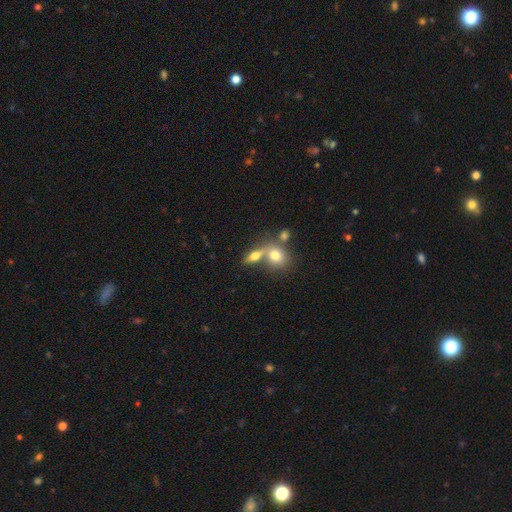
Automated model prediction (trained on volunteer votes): This is likely a smooth galaxy (68%). How rounded: likely in between (66%). Merging: possibly merger (48%).